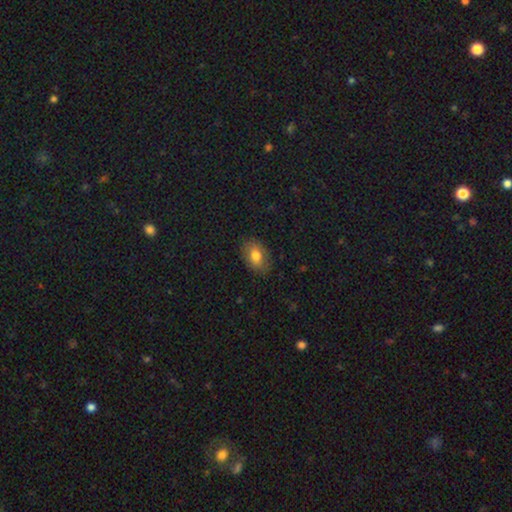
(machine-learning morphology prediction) smooth_or_featured: smooth (p=0.75) [alt: featured or disk p=0.16]
how_rounded: in between (p=0.82) [alt: round p=0.17]
merging: none (p=0.82) [alt: minor disturbance p=0.13]